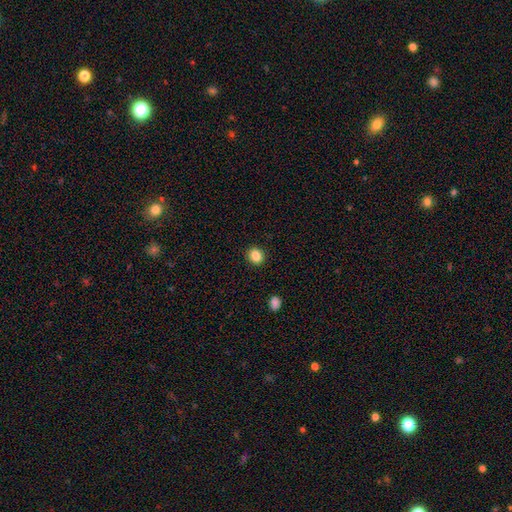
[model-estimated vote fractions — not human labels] This appears to be a smooth galaxy with no disk features (86%) that is round (76%). Merging: none (92%).